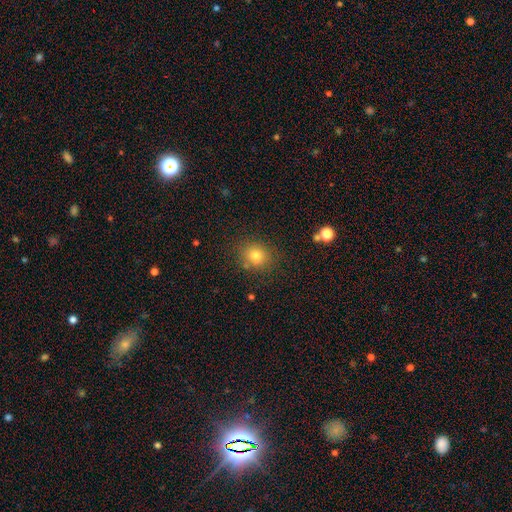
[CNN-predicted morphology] smooth-or-featured: smooth: 77% | star or artifact: 14% | featured or disk: 9%
  how-rounded: round: 75% | in between: 24% | cigar-shaped: 1%
  merging: none: 78% | minor disturbance: 12% | merger: 7% | major disturbance: 4%